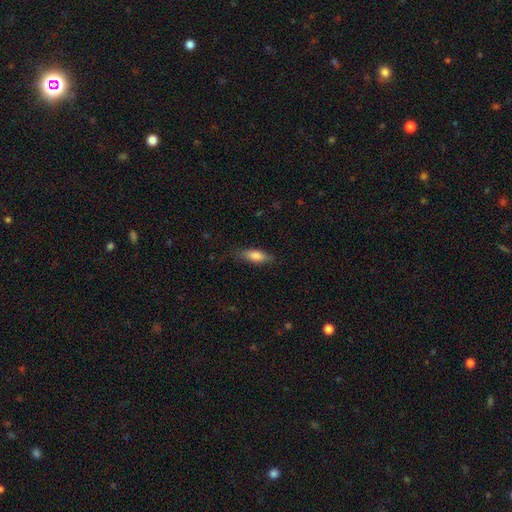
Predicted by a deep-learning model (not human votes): Smooth or featured?
  - smooth: 79% *
  - featured or disk: 14%
  - star or artifact: 6%
How rounded?
  - in between: 64% *
  - cigar-shaped: 34%
  - round: 2%
Merging?
  - none: 78% *
  - minor disturbance: 17%
  - major disturbance: 4%
  - merger: 1%